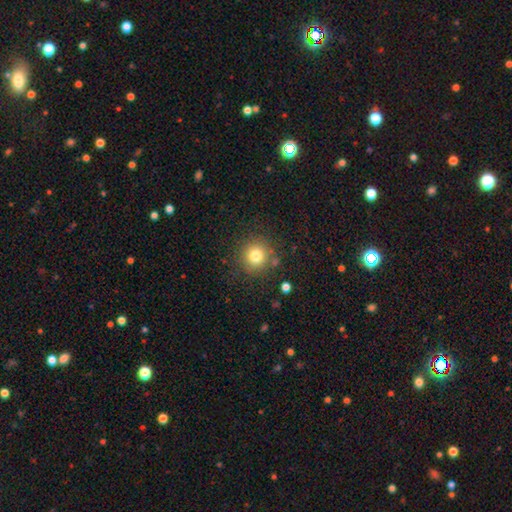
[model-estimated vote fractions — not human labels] Smooth or featured?
  - smooth: 79% *
  - star or artifact: 13%
  - featured or disk: 8%
How rounded?
  - round: 92% *
  - in between: 7%
  - cigar-shaped: 1%
Merging?
  - none: 84% *
  - minor disturbance: 9%
  - major disturbance: 3%
  - merger: 3%